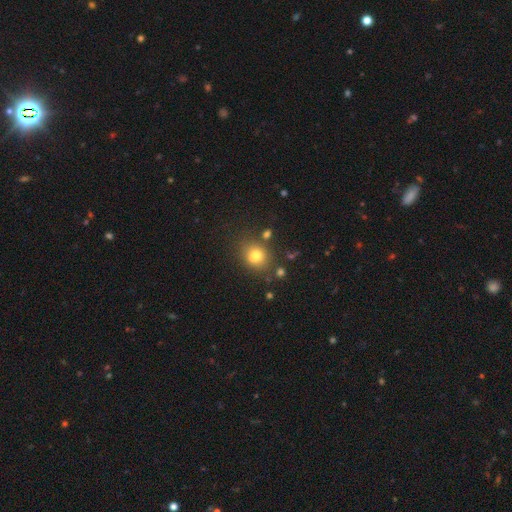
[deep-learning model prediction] Morphology: type=smooth (75%); roundness=round (63%); merging=none (69%).